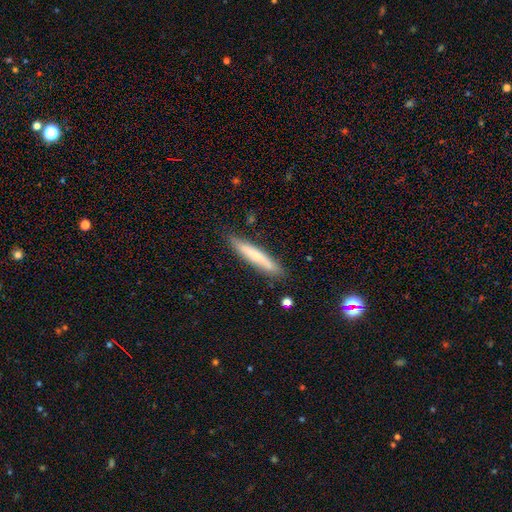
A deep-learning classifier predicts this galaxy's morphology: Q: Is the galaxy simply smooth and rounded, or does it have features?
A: smooth — 60%.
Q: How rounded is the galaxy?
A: cigar-shaped — 92%.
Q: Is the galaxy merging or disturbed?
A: none — 84%.